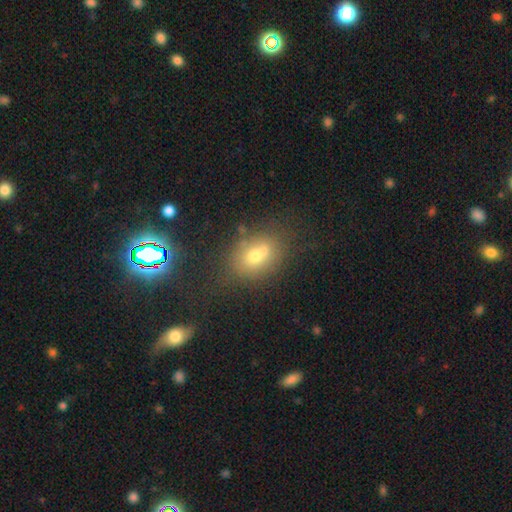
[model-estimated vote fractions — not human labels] Smooth or featured: smooth — 63% (featured or disk — 21%)
How rounded: in between — 61% (round — 37%)
Merging: none — 51% (merger — 28%)